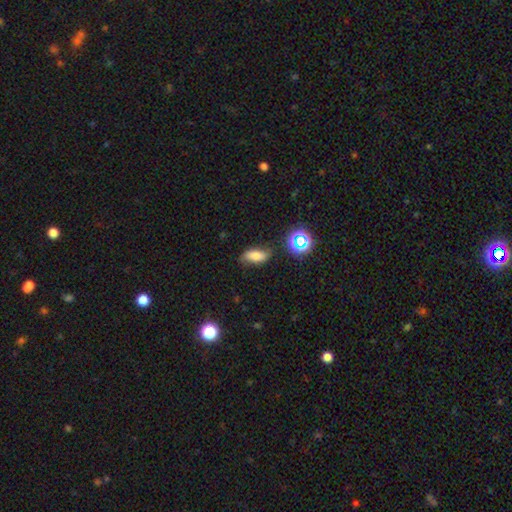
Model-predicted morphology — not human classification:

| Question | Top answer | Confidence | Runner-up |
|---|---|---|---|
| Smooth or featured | smooth | 66% | featured or disk (18%) |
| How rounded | in between | 80% | cigar-shaped (12%) |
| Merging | none | 69% | minor disturbance (22%) |